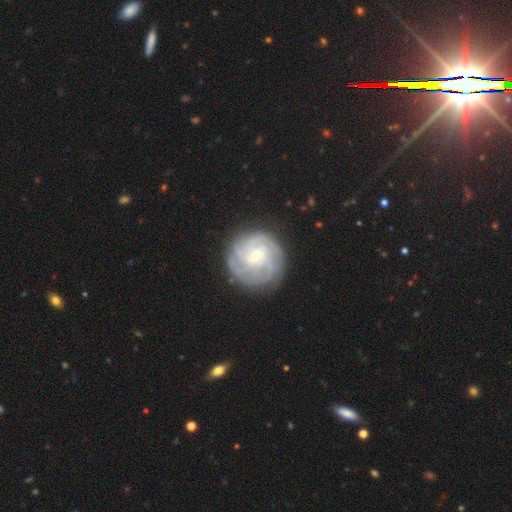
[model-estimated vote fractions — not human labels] This is likely a featured or disk galaxy (75%). It is clearly not viewed edge-on (98%). Bar: likely no (65%). Spiral arm pattern: clearly yes (92%). Spiral arm count: marginally can't tell (38%). Spiral winding: likely tight (70%). Central bulge: likely small (75%). Merging: likely none (80%).